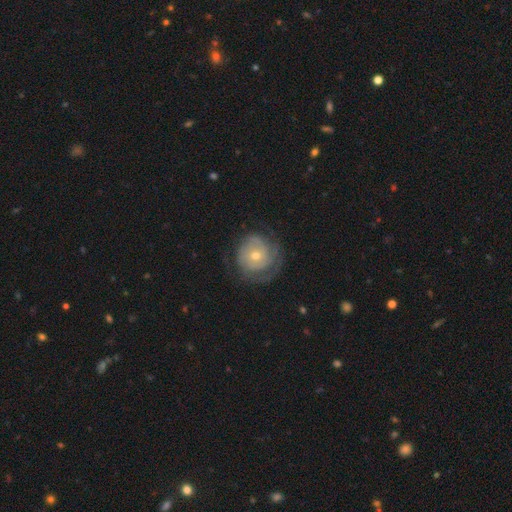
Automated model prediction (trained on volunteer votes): The model was most divided on "bulge size" (2-way tie): small: 48%, moderate: 48%, large: 2%, none: 1%, dominant: 1%. Remaining: edge-on disk — no (97%); bar — no (80%); spiral arms — yes (80%); spiral winding — tight (68%); smooth or featured — featured or disk (66%); merging — none (65%); spiral arm count — can't tell (45%).